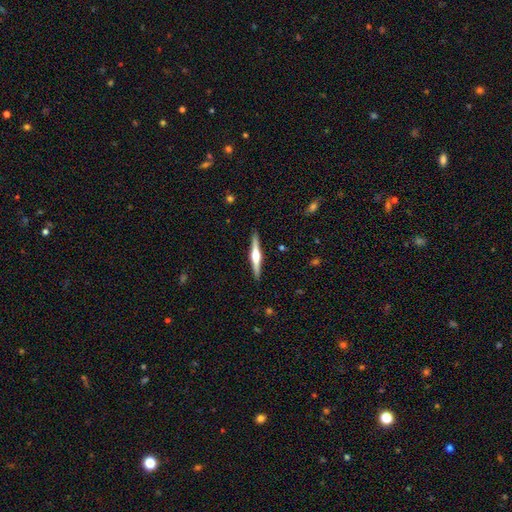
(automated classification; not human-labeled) featured or disk 72%, smooth 23%, star or artifact 5%. Down the decision tree: edge-on disk — yes (98%); edge-on bulge — rounded (92%); merging — none (91%).